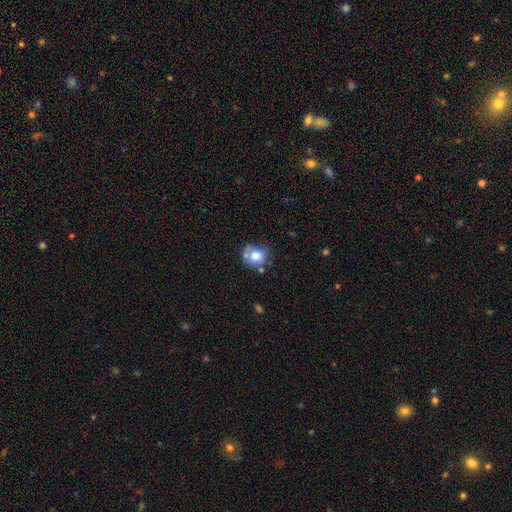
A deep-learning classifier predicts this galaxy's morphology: A smooth galaxy with no disk features (74%) that is round (78%).

Vote fractions:
- Smooth or featured? smooth: 74% / featured or disk: 16% / star or artifact: 10%
- How rounded? round: 78% / in between: 21% / cigar-shaped: 1%
- Merging? none: 53% / minor disturbance: 24% / merger: 14% / major disturbance: 9%